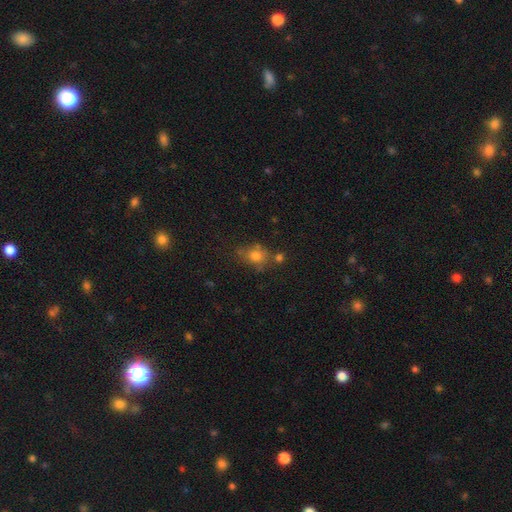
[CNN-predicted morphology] A smooth galaxy with no disk features (75%) that is round (54%). Merging: none (52%).